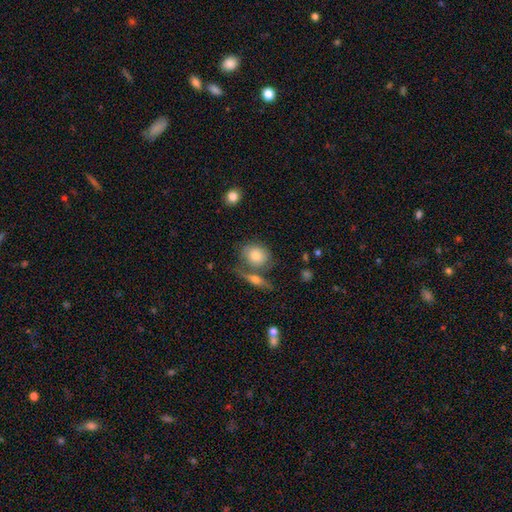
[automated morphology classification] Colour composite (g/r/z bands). It shows a smooth galaxy with no disk features (76%) that is round (55%). Merging: none (55%).